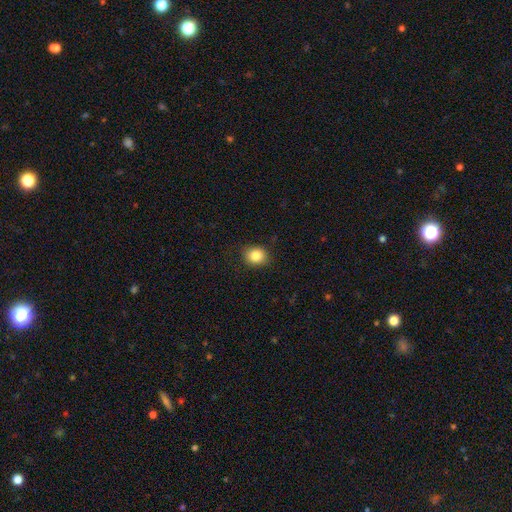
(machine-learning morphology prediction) Smooth or featured? Predicted: smooth (p=0.85). How rounded? Predicted: round (p=0.71). Merging? Predicted: none (p=0.87).